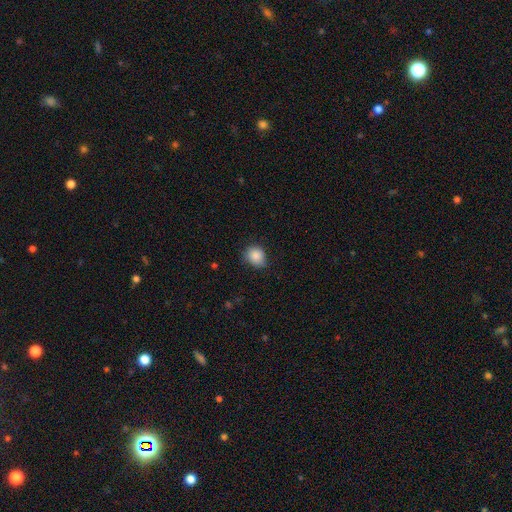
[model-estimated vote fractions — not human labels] Smooth or featured?
  - smooth: 86% *
  - star or artifact: 9%
  - featured or disk: 5%
How rounded?
  - round: 68% *
  - in between: 31%
  - cigar-shaped: 1%
Merging?
  - none: 72% *
  - minor disturbance: 23%
  - major disturbance: 4%
  - merger: 1%